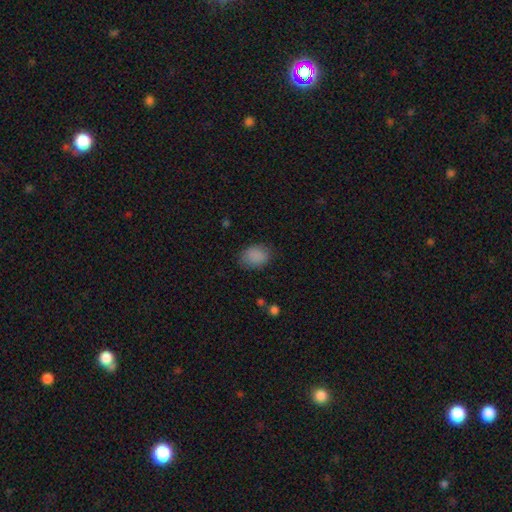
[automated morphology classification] This appears to be a smooth galaxy with no disk features (87%) that is in between round and cigar-shaped (66%). Merging: none (78%).